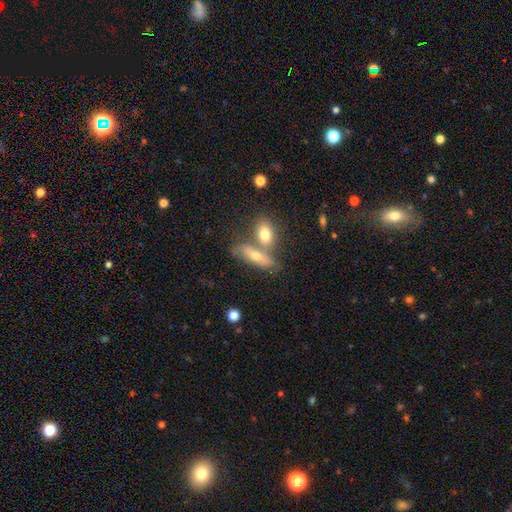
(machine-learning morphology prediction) Smooth or featured? smooth (61%)
How rounded? in between (56%)
Merging? none (44%)